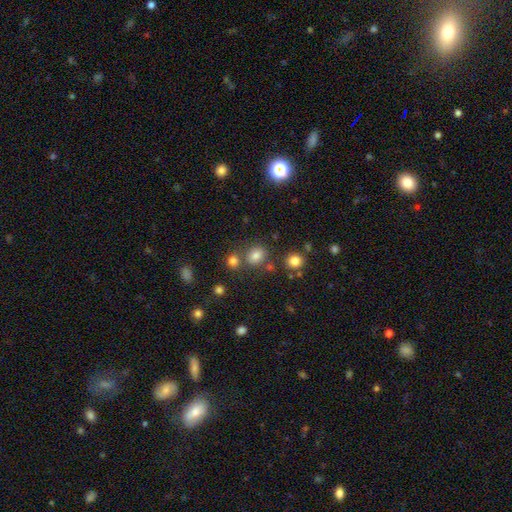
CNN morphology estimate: smooth-or-featured: smooth: 77% | star or artifact: 16% | featured or disk: 7%
  how-rounded: round: 57% | in between: 42% | cigar-shaped: 1%
  merging: none: 69% | merger: 16% | minor disturbance: 11% | major disturbance: 4%